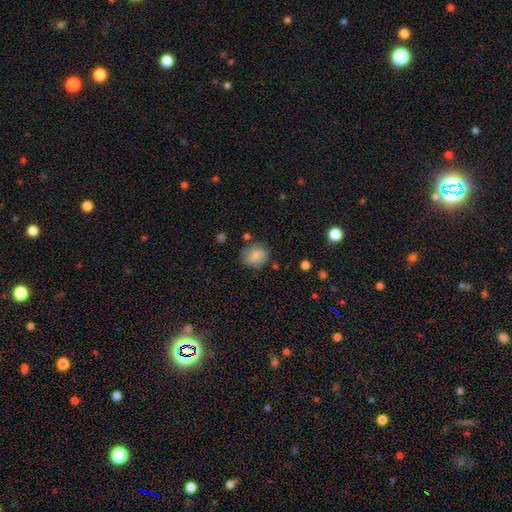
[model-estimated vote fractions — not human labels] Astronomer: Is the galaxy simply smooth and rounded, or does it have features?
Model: smooth — 83%.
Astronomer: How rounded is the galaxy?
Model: round — 64%.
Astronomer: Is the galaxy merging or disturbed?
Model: none — 78%.